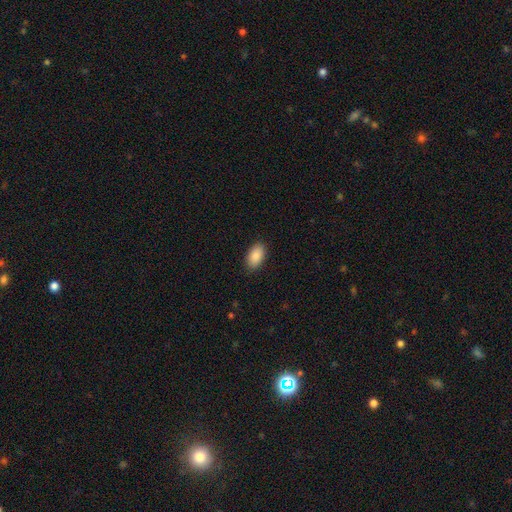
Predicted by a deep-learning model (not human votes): Smooth or featured? Predicted: smooth (p=0.89). How rounded? Predicted: in between (p=0.95). Merging? Predicted: none (p=0.89).